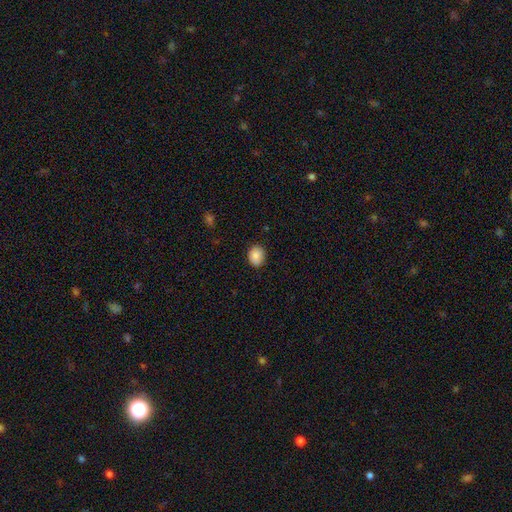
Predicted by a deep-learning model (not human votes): This is clearly a smooth galaxy (89%). How rounded: possibly in between (52%). Merging: clearly none (87%).